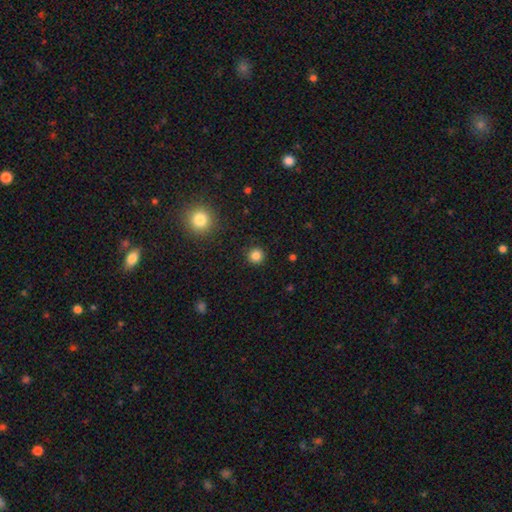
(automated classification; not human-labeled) Smooth or featured? Predicted: smooth (p=0.83). How rounded? Predicted: round (p=0.95). Merging? Predicted: none (p=0.91).